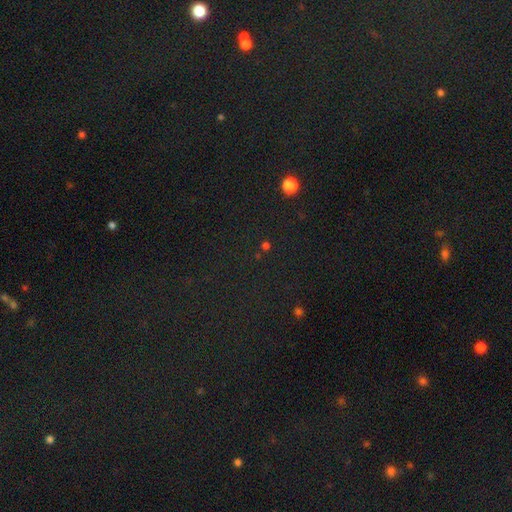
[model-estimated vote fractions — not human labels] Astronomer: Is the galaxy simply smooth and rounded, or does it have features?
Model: star or artifact — 80%.